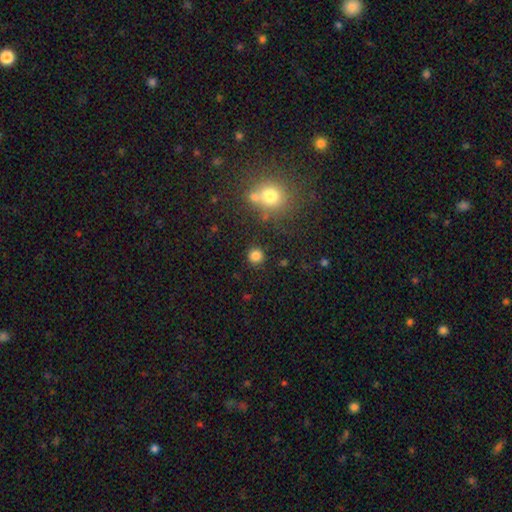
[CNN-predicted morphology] Smooth or featured? smooth (82%)
How rounded? round (92%)
Merging? none (87%)